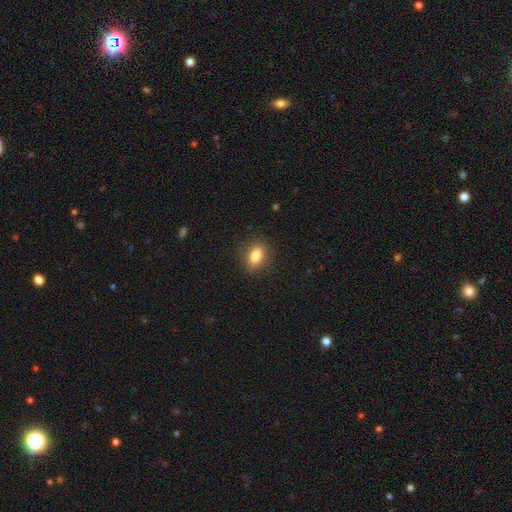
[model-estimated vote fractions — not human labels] A smooth galaxy with no disk features (85%) that is in between round and cigar-shaped (82%).

Vote fractions:
- Smooth or featured? smooth: 85% / star or artifact: 9% / featured or disk: 6%
- How rounded? in between: 82% / round: 15% / cigar-shaped: 4%
- Merging? none: 88% / minor disturbance: 9% / major disturbance: 3% / merger: 1%